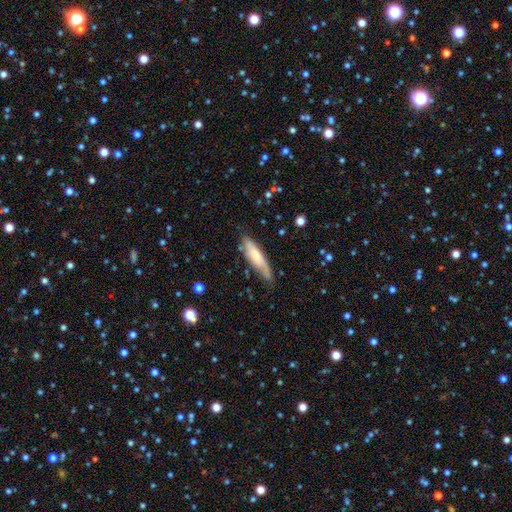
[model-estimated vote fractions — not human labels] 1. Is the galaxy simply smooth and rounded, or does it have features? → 64% smooth, 30% featured or disk, 6% star or artifact.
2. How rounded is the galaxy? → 63% cigar-shaped, 35% in between, 1% round.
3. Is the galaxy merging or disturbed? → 64% none, 27% minor disturbance, 6% major disturbance, 3% merger.